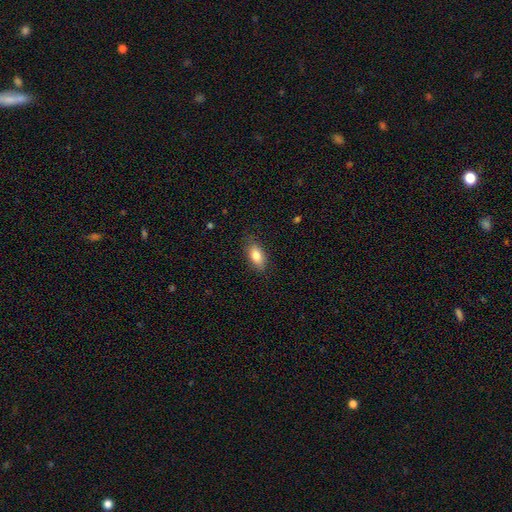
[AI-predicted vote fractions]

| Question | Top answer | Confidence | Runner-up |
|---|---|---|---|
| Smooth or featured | smooth | 82% | featured or disk (11%) |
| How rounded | in between | 89% | cigar-shaped (6%) |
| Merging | none | 83% | minor disturbance (13%) |